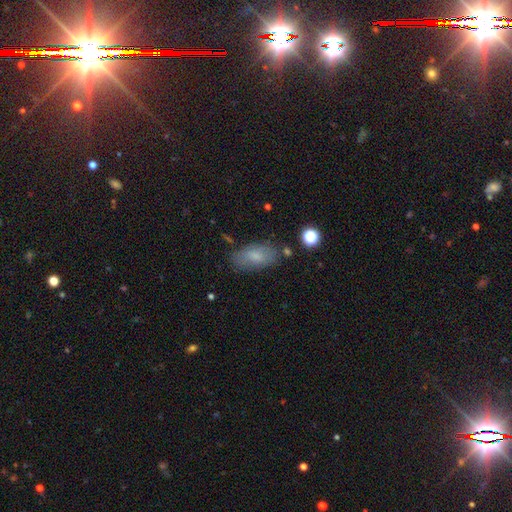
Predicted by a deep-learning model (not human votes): This appears to be a smooth galaxy with no disk features (73%) that is in between round and cigar-shaped (90%). Merging: none (75%).